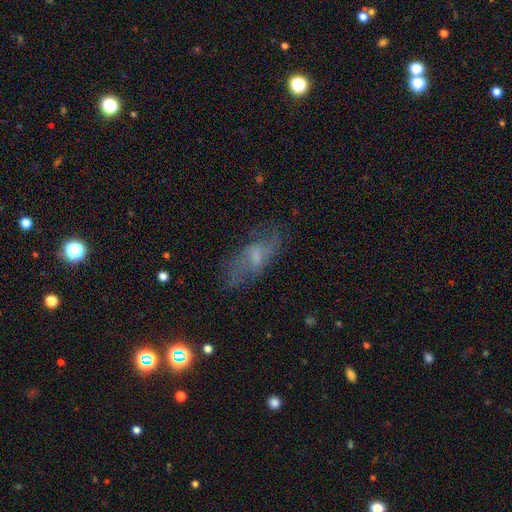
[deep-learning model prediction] smooth-or-featured: featured or disk: 54% | smooth: 32% | star or artifact: 14%
  disk-edge-on: no: 83% | yes: 17%
  merging: none: 67% | minor disturbance: 19% | major disturbance: 12% | merger: 2%